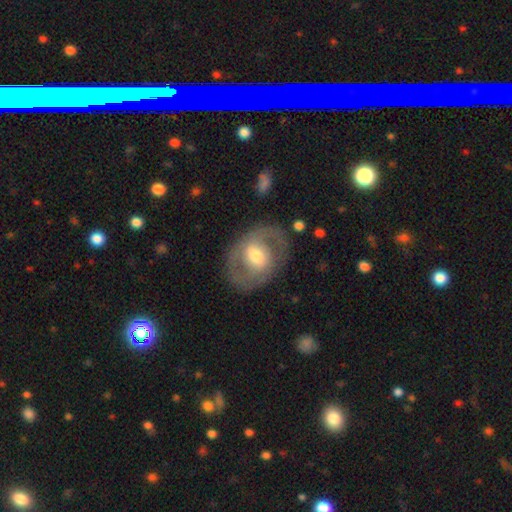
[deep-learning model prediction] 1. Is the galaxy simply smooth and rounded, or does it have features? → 63% featured or disk, 32% smooth, 6% star or artifact.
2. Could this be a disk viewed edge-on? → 94% no, 6% yes.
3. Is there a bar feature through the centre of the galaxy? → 42% weak, 38% no, 21% strong.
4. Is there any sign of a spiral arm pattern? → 51% yes, 49% no.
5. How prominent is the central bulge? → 65% moderate, 18% large, 14% small, 2% dominant, 1% none.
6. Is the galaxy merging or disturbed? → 76% none, 14% minor disturbance, 8% major disturbance, 2% merger.